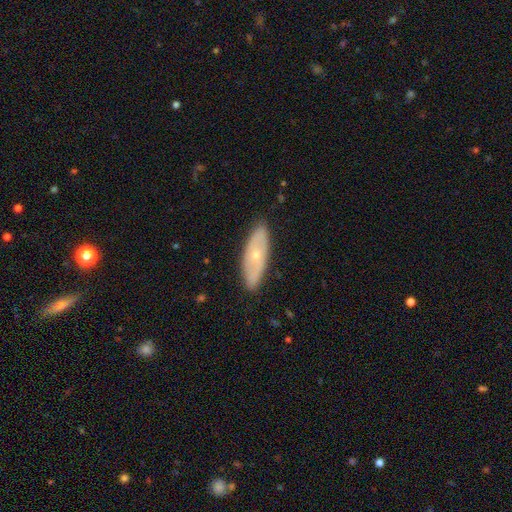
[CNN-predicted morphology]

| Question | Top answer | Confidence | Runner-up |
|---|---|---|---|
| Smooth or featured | featured or disk | 54% | smooth (39%) |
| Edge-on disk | no | 70% | yes (30%) |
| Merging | none | 86% | minor disturbance (11%) |